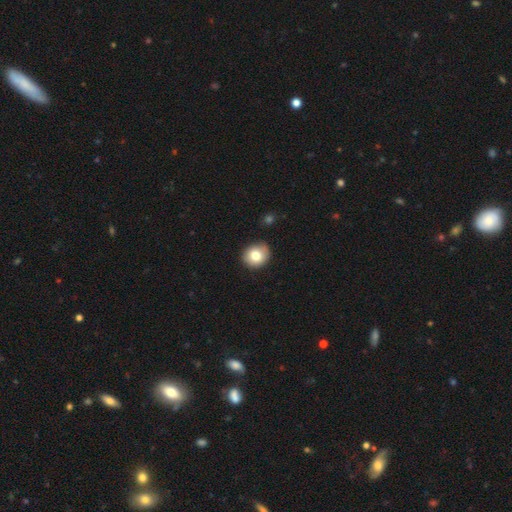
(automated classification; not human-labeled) Smooth or featured? smooth (79%)
How rounded? round (74%)
Merging? none (79%)